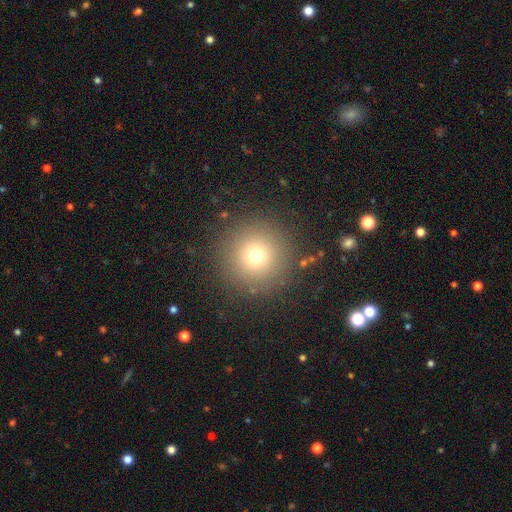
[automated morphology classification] A smooth galaxy with no disk features (72%) that is round (96%). Merging: none (89%).